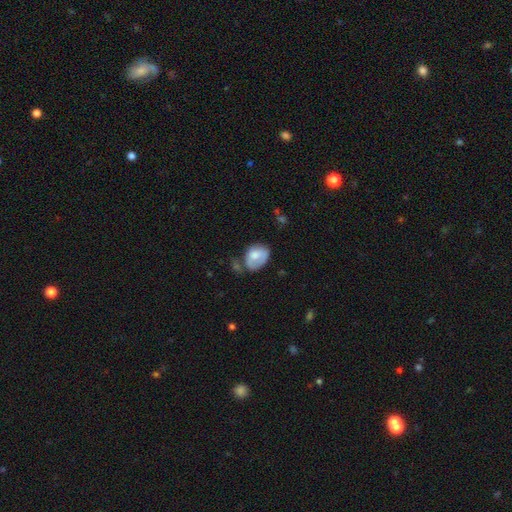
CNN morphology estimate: Smooth or featured? smooth (68%)
How rounded? in between (73%)
Merging? none (35%)